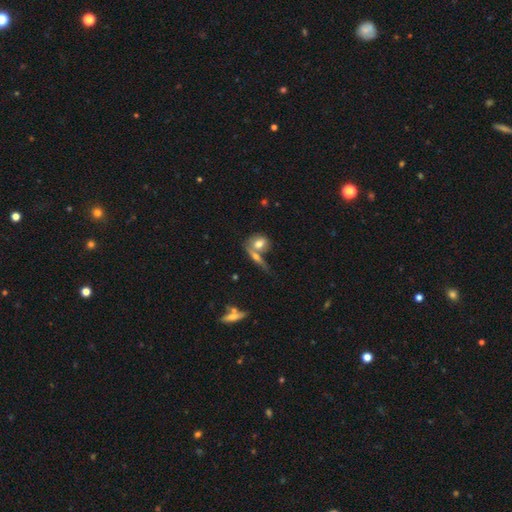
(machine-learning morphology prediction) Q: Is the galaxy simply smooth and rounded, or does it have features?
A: smooth — 51%.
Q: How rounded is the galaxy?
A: in between — 44%.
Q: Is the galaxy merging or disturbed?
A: merger — 47%.